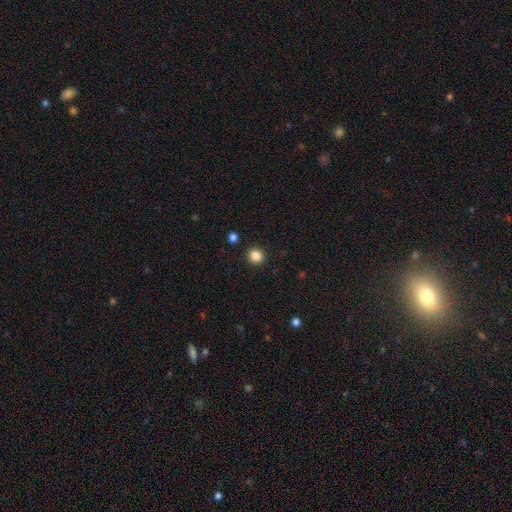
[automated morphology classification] Smooth or featured?
  - smooth: 85% *
  - star or artifact: 11%
  - featured or disk: 4%
How rounded?
  - round: 85% *
  - in between: 14%
  - cigar-shaped: 1%
Merging?
  - none: 91% *
  - minor disturbance: 6%
  - major disturbance: 2%
  - merger: 2%